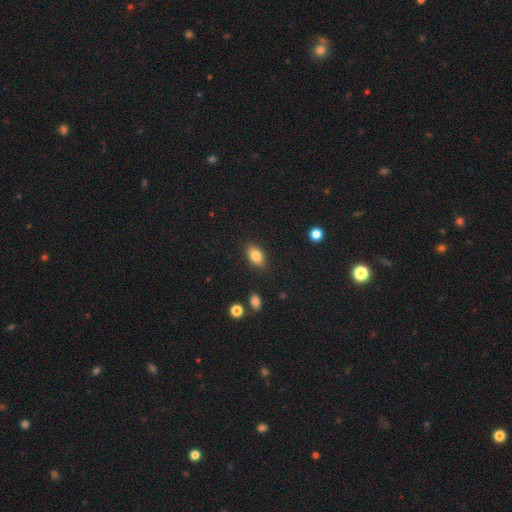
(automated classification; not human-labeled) This is clearly a smooth galaxy (82%). How rounded: clearly in between (88%). Merging: clearly none (86%).